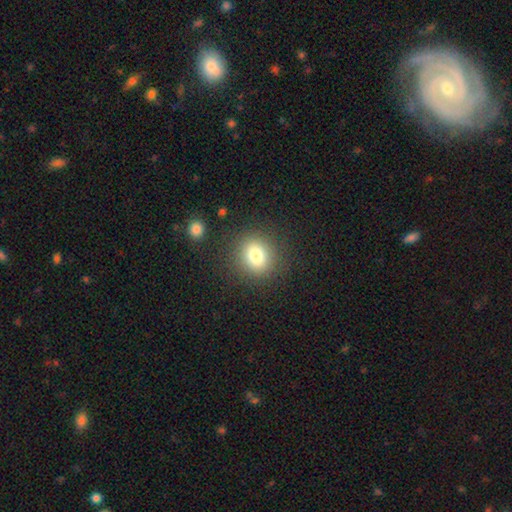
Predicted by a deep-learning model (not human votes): smooth-or-featured: smooth: 79% | star or artifact: 12% | featured or disk: 9%
  how-rounded: round: 80% | in between: 19% | cigar-shaped: 1%
  merging: none: 86% | minor disturbance: 8% | major disturbance: 4% | merger: 2%